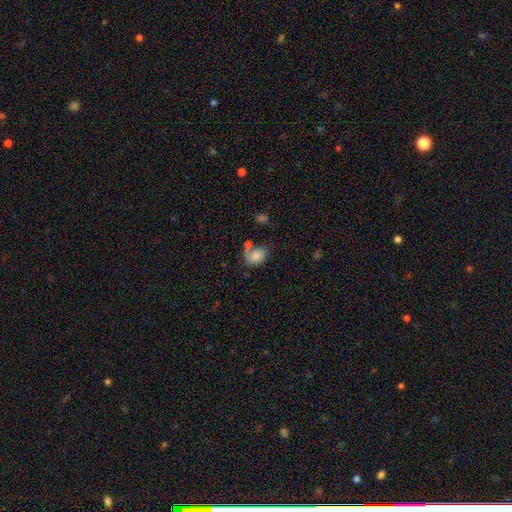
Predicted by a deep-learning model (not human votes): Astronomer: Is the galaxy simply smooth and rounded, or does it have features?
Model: smooth — 78%.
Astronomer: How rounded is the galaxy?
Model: in between — 74%.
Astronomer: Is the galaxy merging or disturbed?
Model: none — 37% (runner-up: merger, 26%).